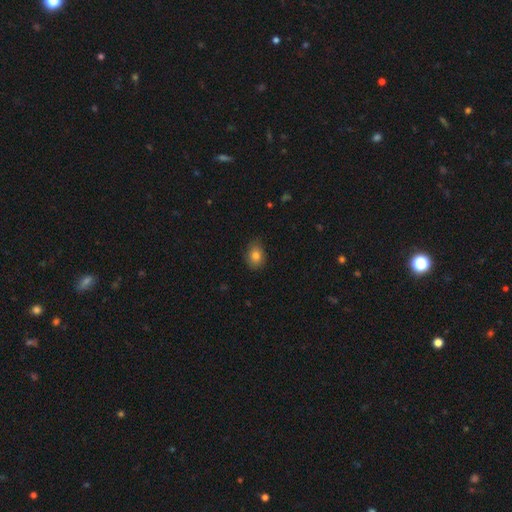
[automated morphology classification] type=smooth (81%); roundness=in between (62%); merging=none (79%).